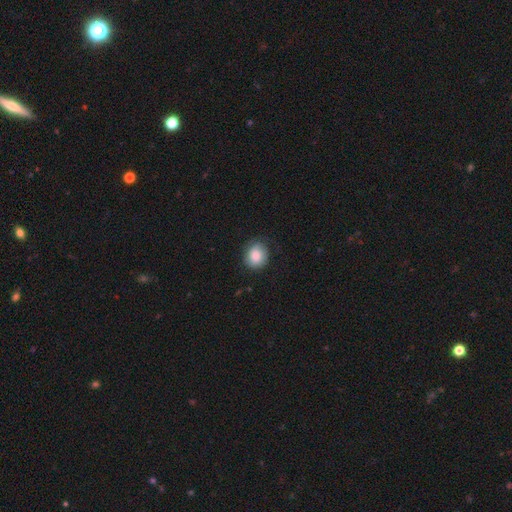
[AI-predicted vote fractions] A smooth galaxy with no disk features (76%) that is round (72%).

Vote fractions:
- Smooth or featured? smooth: 76% / featured or disk: 17% / star or artifact: 7%
- How rounded? round: 72% / in between: 27% / cigar-shaped: 1%
- Merging? none: 73% / minor disturbance: 20% / major disturbance: 6% / merger: 1%